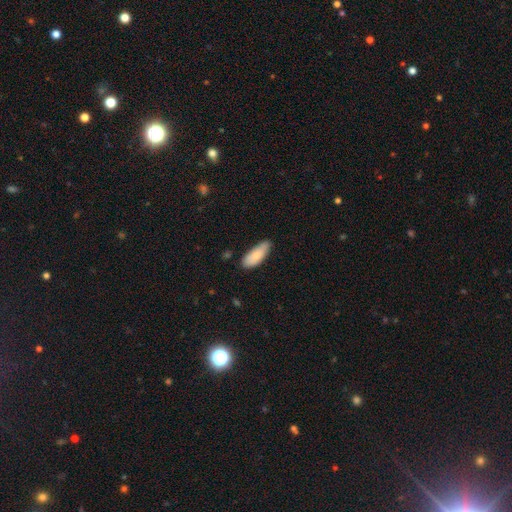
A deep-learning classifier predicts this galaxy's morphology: The model was most divided on "merging": none: 70%, minor disturbance: 25%, major disturbance: 3%, merger: 2%. More confident: smooth or featured — smooth (80%); how rounded — in between (77%).